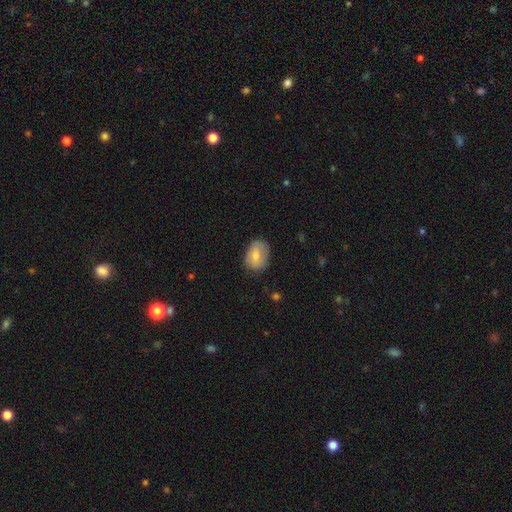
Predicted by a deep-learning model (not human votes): smooth 76%, featured or disk 17%, star or artifact 7%. Down the decision tree: how rounded — in between (74%); merging — none (70%).